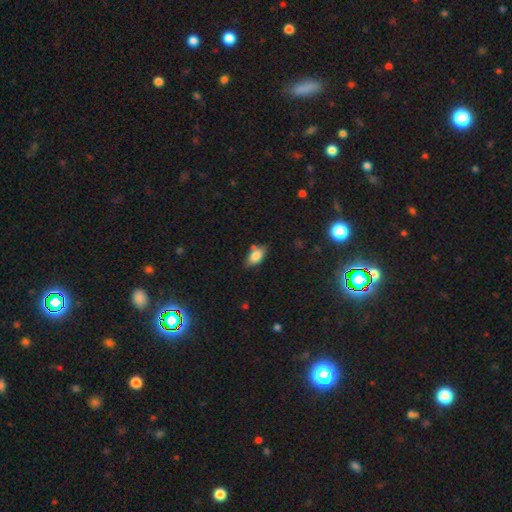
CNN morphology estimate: smooth_or_featured: smooth (p=0.81) [alt: featured or disk p=0.11]
how_rounded: in between (p=0.89) [alt: cigar-shaped p=0.06]
merging: none (p=0.68) [alt: minor disturbance p=0.21]